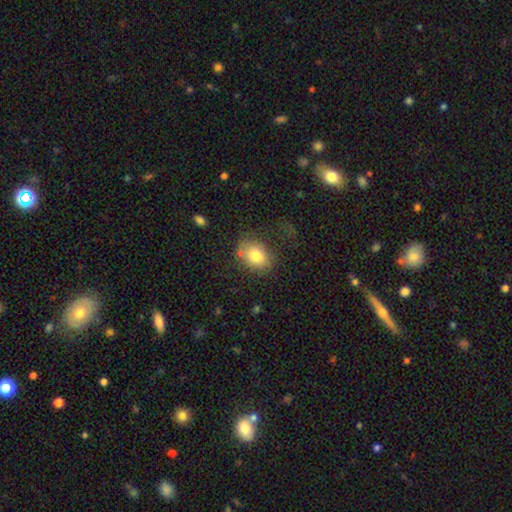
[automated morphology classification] A smooth galaxy with no disk features (78%) that is in between round and cigar-shaped (62%).

Vote fractions:
- Smooth or featured? smooth: 78% / featured or disk: 13% / star or artifact: 8%
- How rounded? in between: 62% / round: 37% / cigar-shaped: 1%
- Merging? none: 64% / minor disturbance: 21% / major disturbance: 12% / merger: 3%